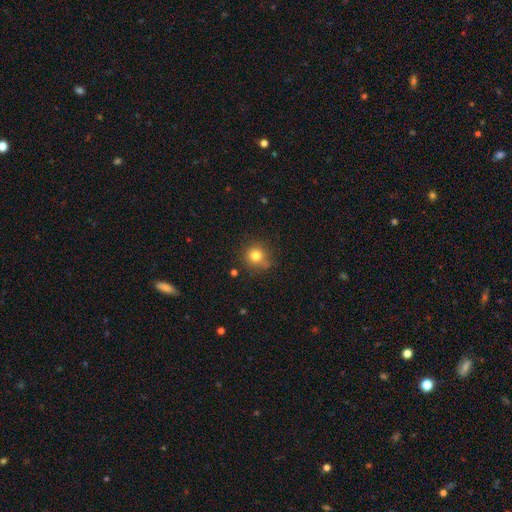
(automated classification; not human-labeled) A smooth galaxy with no disk features (79%) that is round (89%). Merging: none (72%).